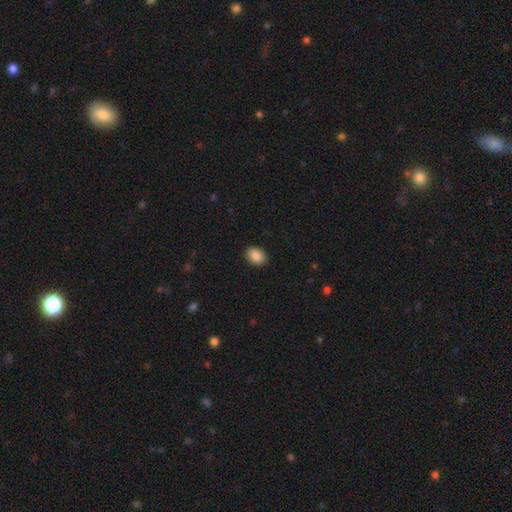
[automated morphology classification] This is clearly a smooth galaxy (88%). How rounded: likely in between (78%). Merging: clearly none (90%).